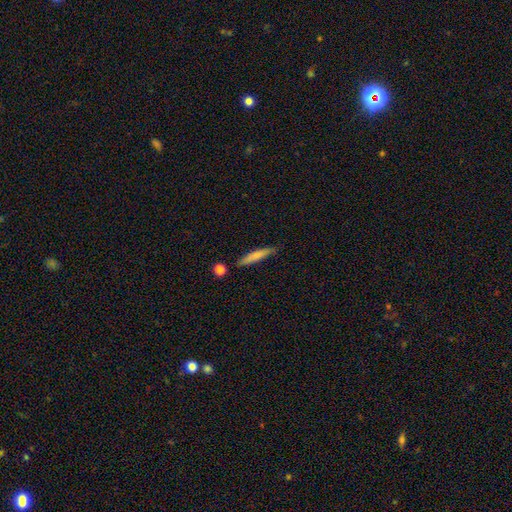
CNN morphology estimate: Overall: smooth (71%). How rounded: cigar-shaped (88%). Merging: none (77%).